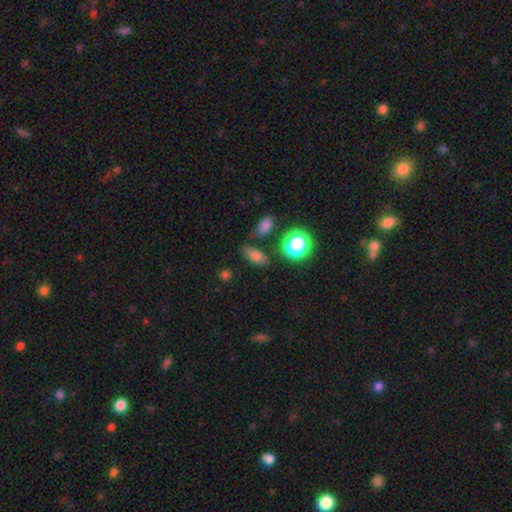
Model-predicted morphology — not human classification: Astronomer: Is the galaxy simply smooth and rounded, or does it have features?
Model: smooth — 73%.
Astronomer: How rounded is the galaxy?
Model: in between — 77%.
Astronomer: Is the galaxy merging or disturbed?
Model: none — 70%.